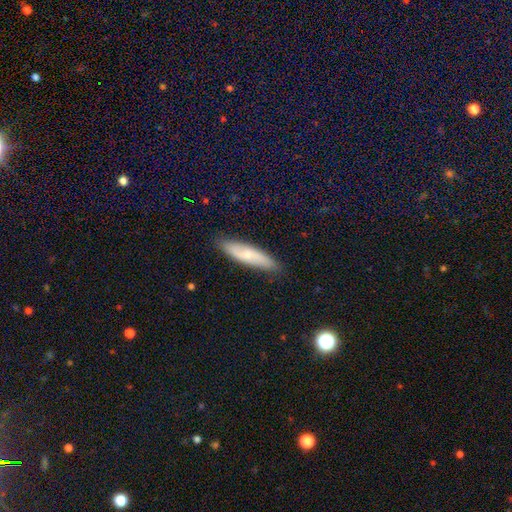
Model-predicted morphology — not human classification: Smooth or featured? smooth (58%)
How rounded? cigar-shaped (72%)
Merging? none (85%)